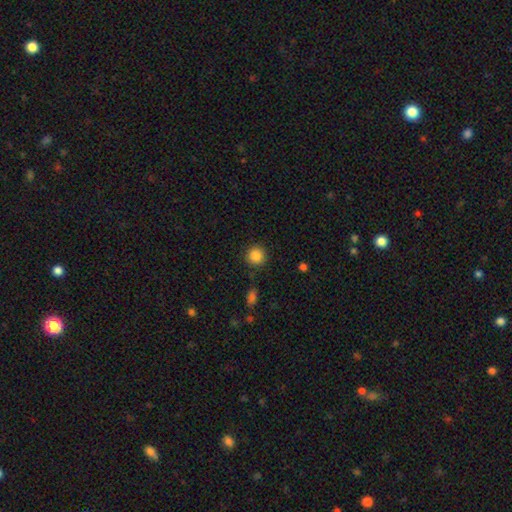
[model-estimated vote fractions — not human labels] Overall: smooth (86%). How rounded: round (94%). Merging: none (88%).